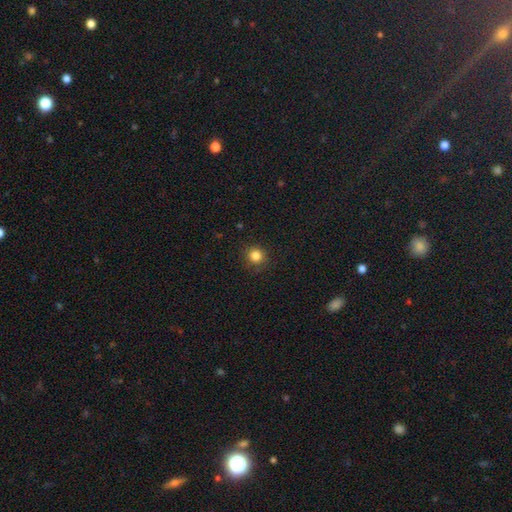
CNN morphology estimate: A smooth galaxy with no disk features (84%) that is round (92%).

Vote fractions:
- Smooth or featured? smooth: 84% / star or artifact: 12% / featured or disk: 4%
- How rounded? round: 92% / in between: 8% / cigar-shaped: 1%
- Merging? none: 88% / minor disturbance: 9% / major disturbance: 3% / merger: 1%